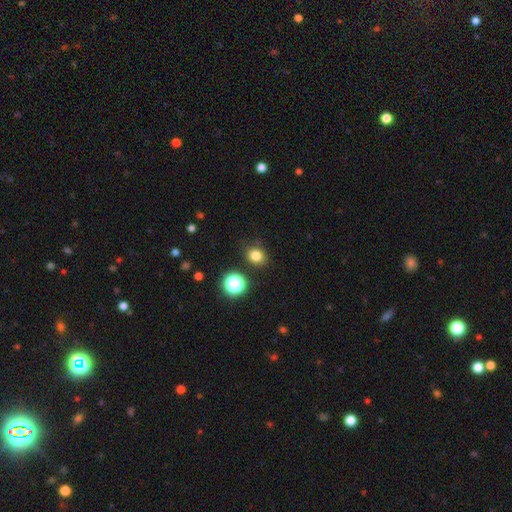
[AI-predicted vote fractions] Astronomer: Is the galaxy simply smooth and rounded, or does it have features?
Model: smooth — 80%.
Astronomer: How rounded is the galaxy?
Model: round — 67%.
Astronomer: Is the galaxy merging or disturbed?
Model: none — 84%.